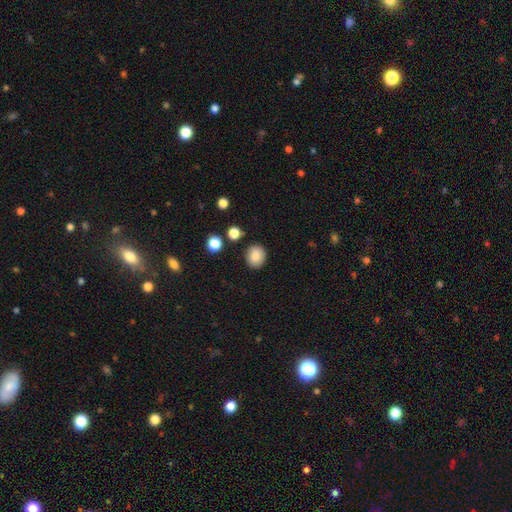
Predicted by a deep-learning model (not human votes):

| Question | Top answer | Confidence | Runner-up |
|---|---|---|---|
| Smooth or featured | smooth | 85% | star or artifact (9%) |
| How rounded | round | 72% | in between (27%) |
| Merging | none | 88% | minor disturbance (8%) |